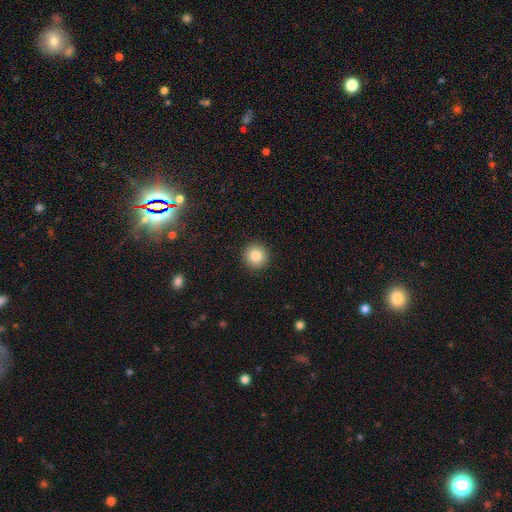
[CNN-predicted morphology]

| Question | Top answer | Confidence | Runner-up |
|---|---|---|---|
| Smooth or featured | smooth | 84% | star or artifact (10%) |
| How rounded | round | 95% | in between (4%) |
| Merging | none | 92% | minor disturbance (5%) |